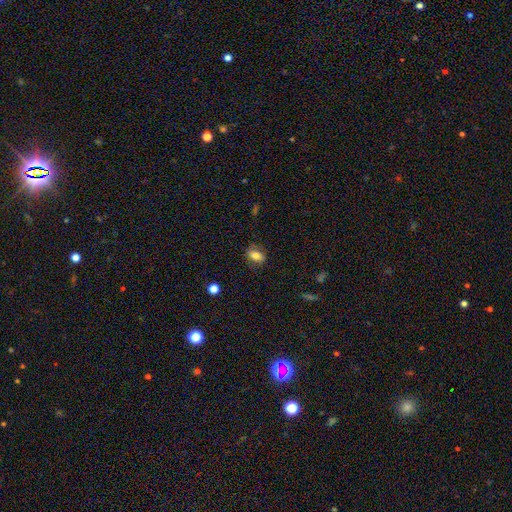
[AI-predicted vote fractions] A smooth galaxy with no disk features (73%) that is in between round and cigar-shaped (81%).

Vote fractions:
- Smooth or featured? smooth: 73% / featured or disk: 18% / star or artifact: 9%
- How rounded? in between: 81% / round: 13% / cigar-shaped: 6%
- Merging? none: 75% / minor disturbance: 17% / major disturbance: 6% / merger: 1%